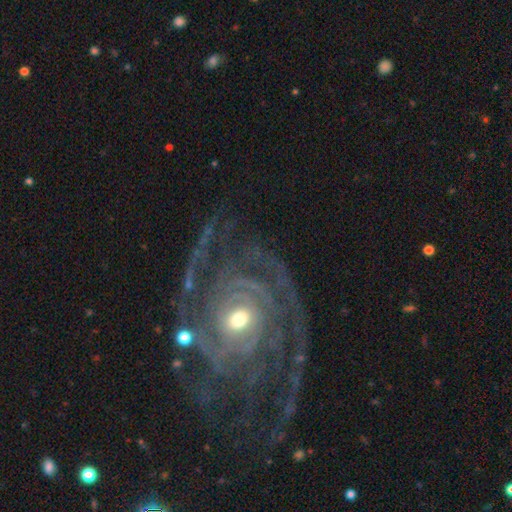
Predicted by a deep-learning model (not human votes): Overall: featured or disk (90%). Edge-on disk: no (97%). Bar: no (64%). Spiral arms: yes (97%). Spiral arm count: 3 (22%, tied with 2). Spiral winding: tight (70%). Bulge size: moderate (57%; small 38%). Merging: none (68%).